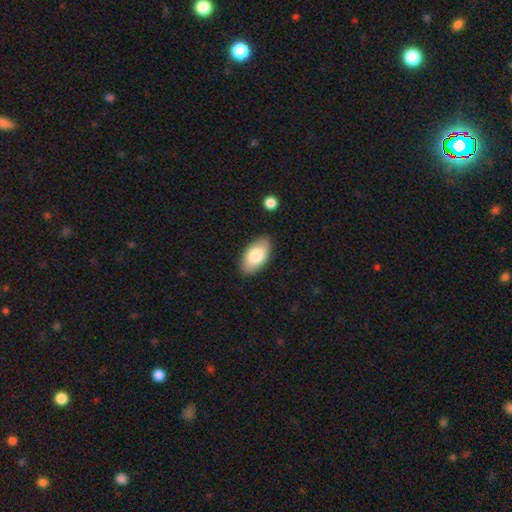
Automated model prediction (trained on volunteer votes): smooth_or_featured: smooth (p=0.79) [alt: featured or disk p=0.15]
how_rounded: in between (p=0.95) [alt: round p=0.03]
merging: none (p=0.86) [alt: minor disturbance p=0.10]